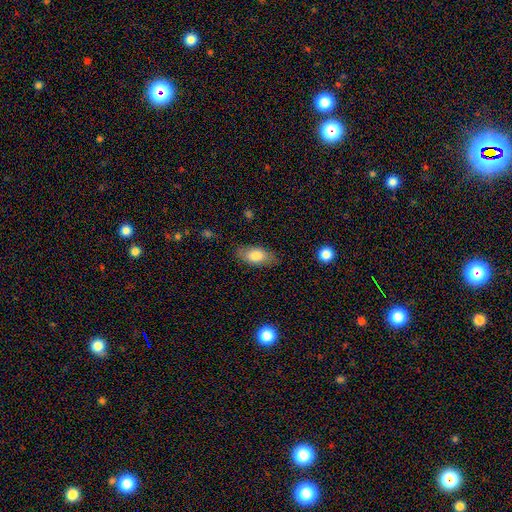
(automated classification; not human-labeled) A smooth galaxy with no disk features (77%) that is in between round and cigar-shaped (90%). Merging: none (81%).